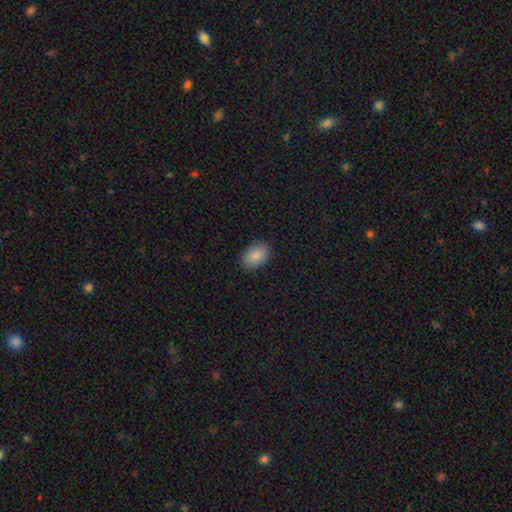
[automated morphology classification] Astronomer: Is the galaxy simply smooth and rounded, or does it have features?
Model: smooth — 88%.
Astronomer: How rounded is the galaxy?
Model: in between — 86%.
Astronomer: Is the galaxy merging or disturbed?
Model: none — 88%.